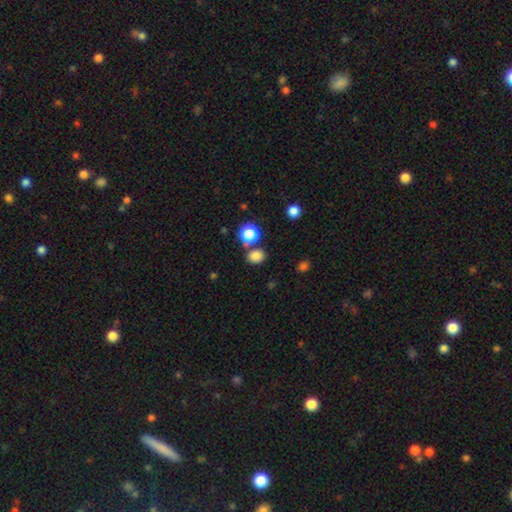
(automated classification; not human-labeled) smooth_or_featured: smooth (p=0.81) [alt: star or artifact p=0.14]
how_rounded: round (p=0.58) [alt: in between p=0.42]
merging: none (p=0.70) [alt: merger p=0.16]